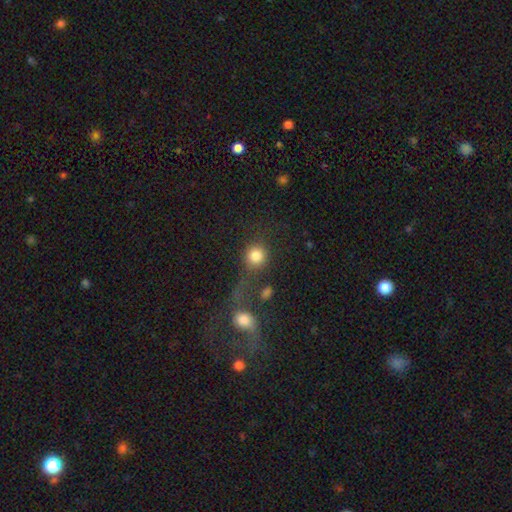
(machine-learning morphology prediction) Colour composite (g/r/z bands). It shows a smooth galaxy with no disk features (81%) that is round (88%). Merging: none (58%).